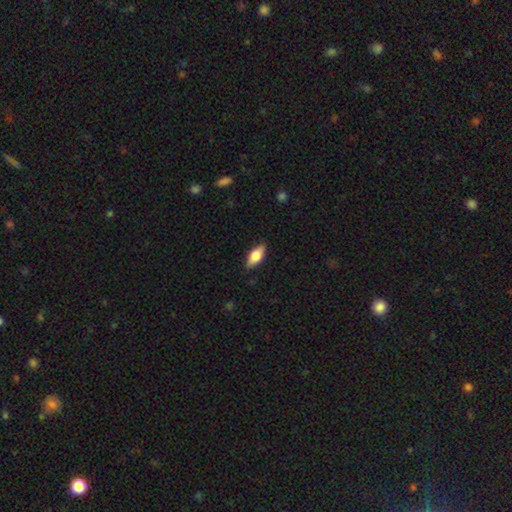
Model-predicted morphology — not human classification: Smooth or featured?
  - smooth: 65% *
  - featured or disk: 29%
  - star or artifact: 6%
How rounded?
  - in between: 81% *
  - cigar-shaped: 16%
  - round: 3%
Merging?
  - none: 85% *
  - minor disturbance: 12%
  - major disturbance: 2%
  - merger: 1%